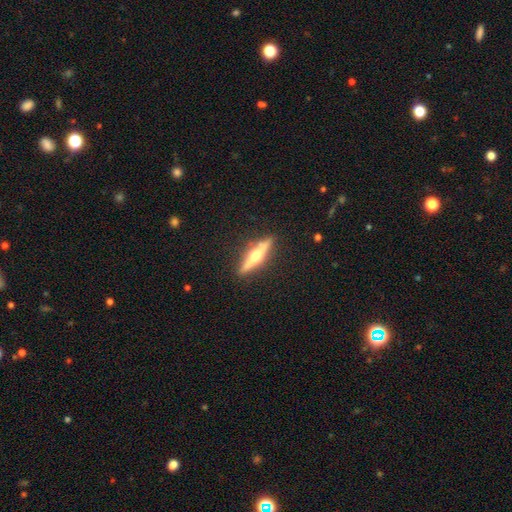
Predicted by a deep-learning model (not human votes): Smooth or featured? featured or disk (70%)
Edge-on disk? yes (97%)
Edge-on bulge? rounded (93%)
Merging? none (90%)